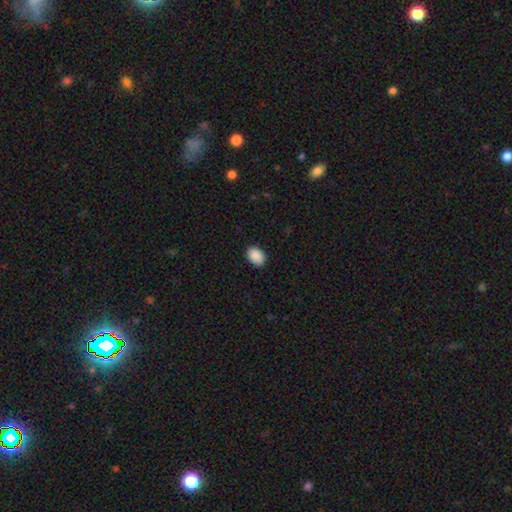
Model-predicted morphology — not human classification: A smooth galaxy with no disk features (90%) that is in between round and cigar-shaped (75%).

Vote fractions:
- Smooth or featured? smooth: 90% / star or artifact: 7% / featured or disk: 2%
- How rounded? in between: 75% / round: 24% / cigar-shaped: 1%
- Merging? none: 89% / minor disturbance: 9% / major disturbance: 2% / merger: 1%